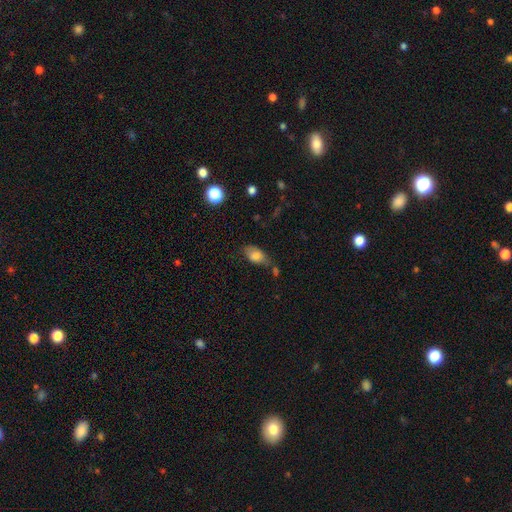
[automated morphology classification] Q: Smooth or featured?
A: smooth (79%); runner-up: featured or disk (12%)
Q: How rounded?
A: in between (89%); runner-up: round (7%)
Q: Merging?
A: none (48%); runner-up: minor disturbance (30%)